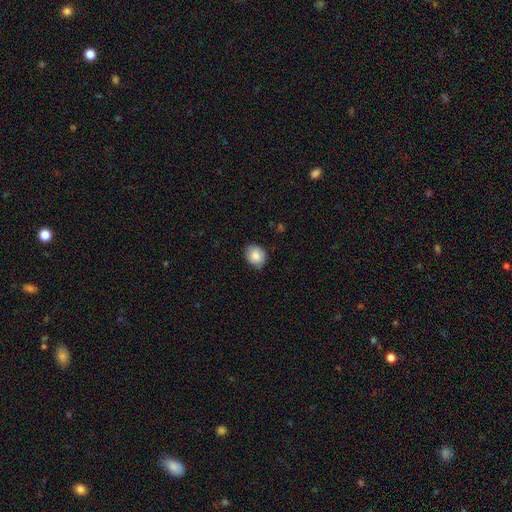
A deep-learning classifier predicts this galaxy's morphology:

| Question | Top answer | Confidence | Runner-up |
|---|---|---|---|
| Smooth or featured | smooth | 84% | featured or disk (8%) |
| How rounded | round | 62% | in between (37%) |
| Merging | none | 81% | minor disturbance (16%) |